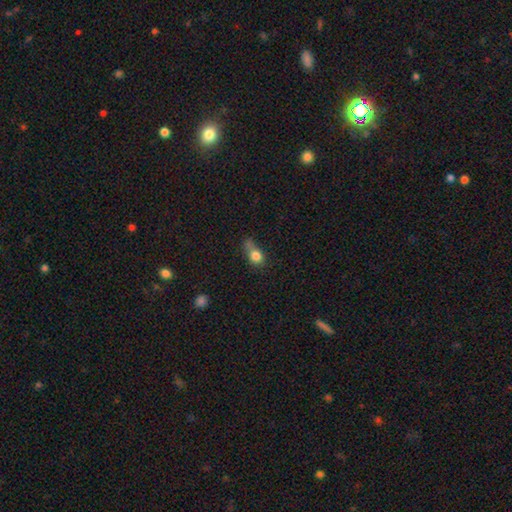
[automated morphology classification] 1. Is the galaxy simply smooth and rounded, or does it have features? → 79% smooth, 11% star or artifact, 10% featured or disk.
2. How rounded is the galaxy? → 54% round, 43% in between, 3% cigar-shaped.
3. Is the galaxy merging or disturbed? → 33% none, 28% minor disturbance, 21% merger, 18% major disturbance.